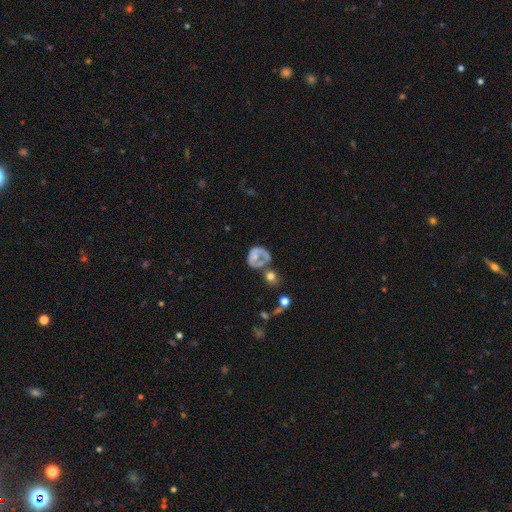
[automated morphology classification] type=featured or disk (45%, tied with smooth); merging=none (32%).